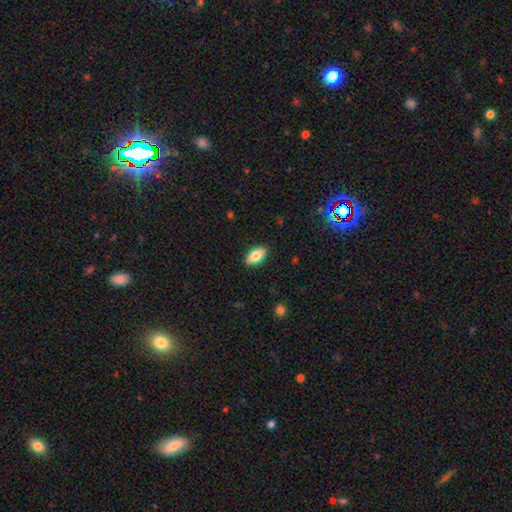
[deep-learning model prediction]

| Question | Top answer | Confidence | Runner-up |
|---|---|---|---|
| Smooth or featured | smooth | 75% | featured or disk (18%) |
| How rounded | in between | 88% | cigar-shaped (7%) |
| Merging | none | 88% | minor disturbance (9%) |